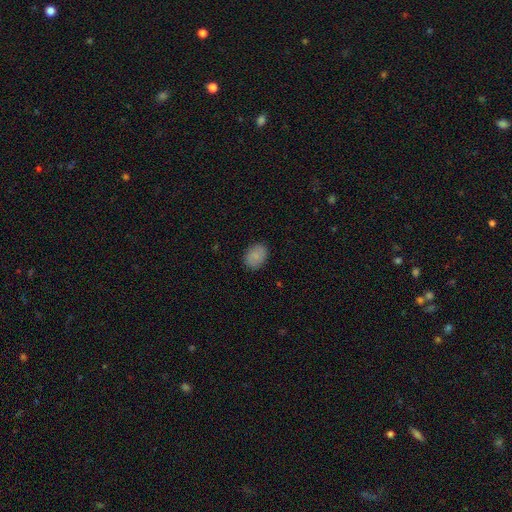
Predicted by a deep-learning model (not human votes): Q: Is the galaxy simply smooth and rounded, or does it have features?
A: smooth — 84%.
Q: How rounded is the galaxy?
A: in between — 66%.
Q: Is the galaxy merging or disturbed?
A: none — 87%.